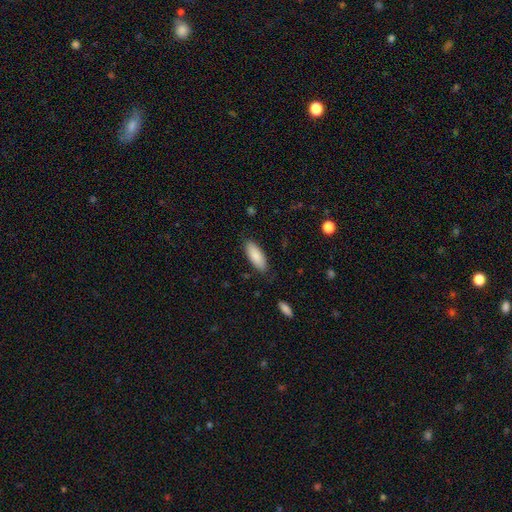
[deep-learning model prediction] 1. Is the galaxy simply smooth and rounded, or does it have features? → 87% smooth, 7% featured or disk, 6% star or artifact.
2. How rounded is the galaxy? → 77% in between, 22% cigar-shaped, 1% round.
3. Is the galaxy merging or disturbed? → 84% none, 12% minor disturbance, 3% major disturbance, 1% merger.